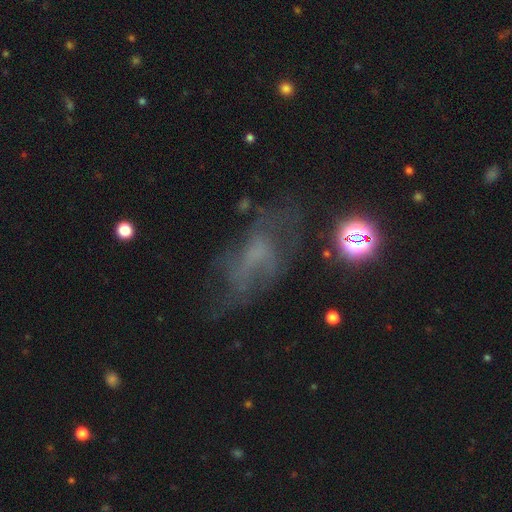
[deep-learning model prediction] This is possibly a featured or disk galaxy (51%). It is clearly not viewed edge-on (91%). Merging: possibly none (47%).